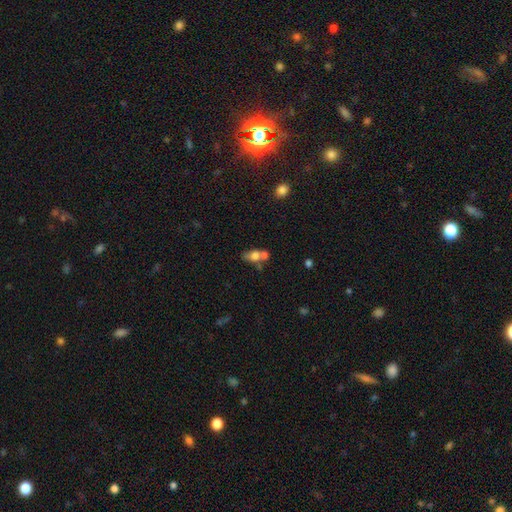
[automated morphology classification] Smooth or featured?
  - smooth: 68% *
  - featured or disk: 22%
  - star or artifact: 10%
How rounded?
  - in between: 68% *
  - round: 26%
  - cigar-shaped: 6%
Merging?
  - merger: 48% *
  - none: 33%
  - minor disturbance: 12%
  - major disturbance: 7%